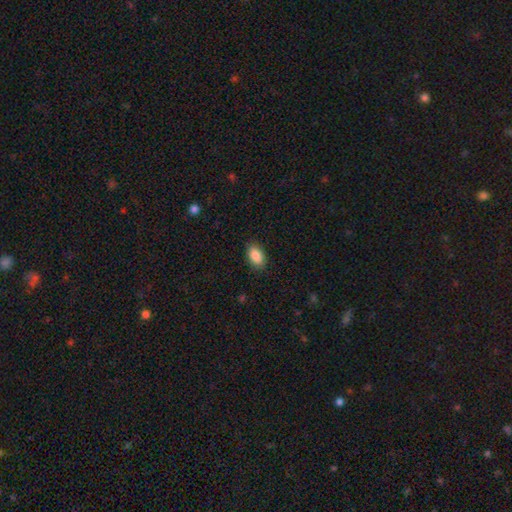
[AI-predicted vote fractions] The model was most divided on "merging": none: 88%, minor disturbance: 9%, major disturbance: 2%, merger: 1%. More confident: how rounded — in between (92%); smooth or featured — smooth (88%).